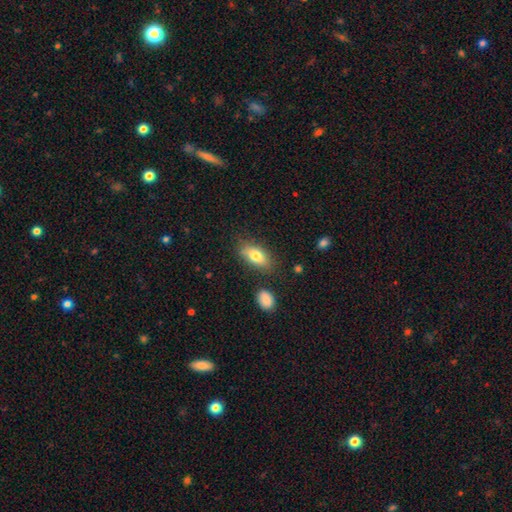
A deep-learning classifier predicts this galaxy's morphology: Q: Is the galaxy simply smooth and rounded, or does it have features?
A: smooth — 77%.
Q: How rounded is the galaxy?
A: in between — 85%.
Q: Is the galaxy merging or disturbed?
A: none — 78%.